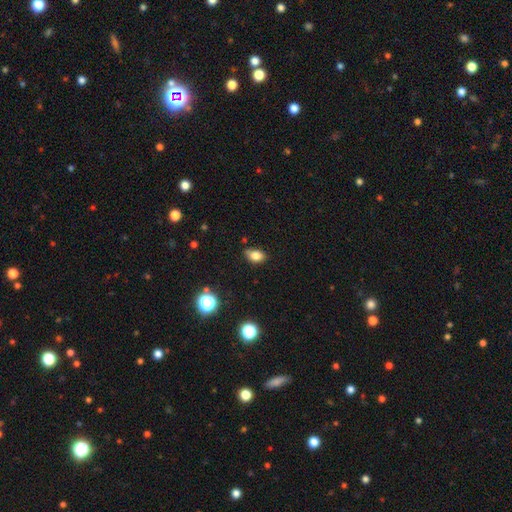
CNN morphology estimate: Smooth or featured? Predicted: smooth (p=0.81). How rounded? Predicted: in between (p=0.84). Merging? Predicted: none (p=0.73).